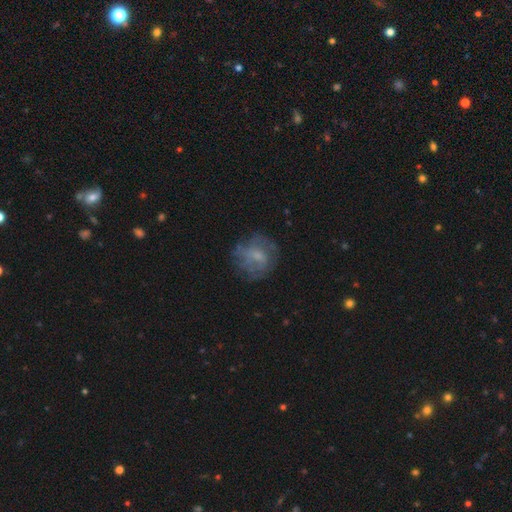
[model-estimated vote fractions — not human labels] Morphology: type=featured or disk (46%); merging=none (64%).